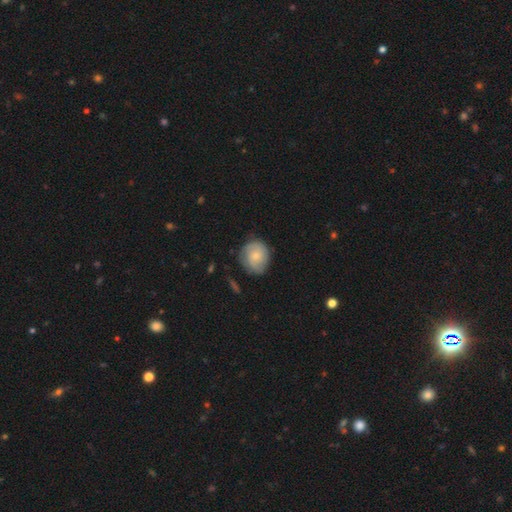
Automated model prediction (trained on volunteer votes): A smooth galaxy with no disk features (57%) that is round (78%).

Vote fractions:
- Smooth or featured? smooth: 57% / featured or disk: 37% / star or artifact: 6%
- How rounded? round: 78% / in between: 21% / cigar-shaped: 1%
- Merging? none: 72% / minor disturbance: 21% / major disturbance: 5% / merger: 2%